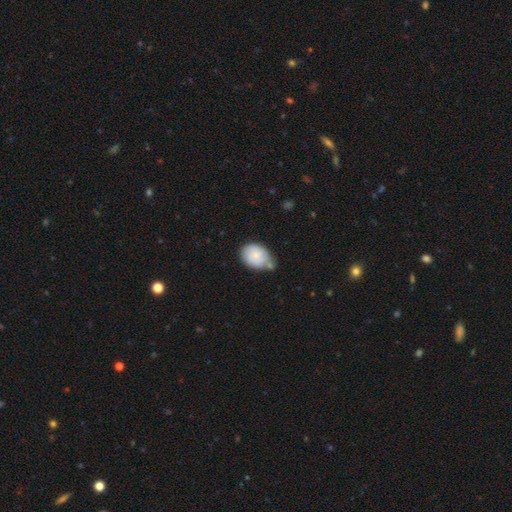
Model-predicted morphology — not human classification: Overall: smooth (79%). How rounded: in between (66%; round 33%). Merging: none (41%; minor disturbance 35%).